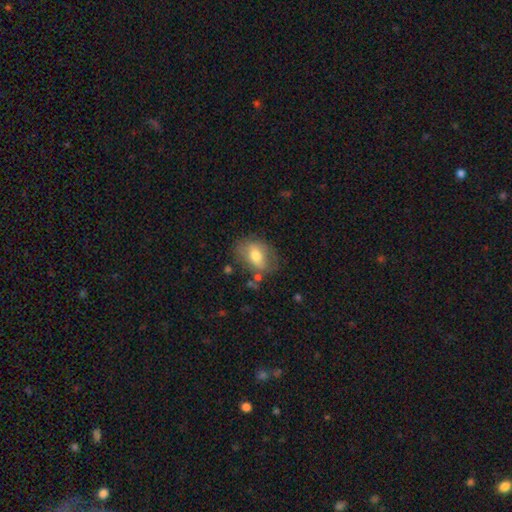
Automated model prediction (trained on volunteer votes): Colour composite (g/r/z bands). It shows a smooth galaxy with no disk features (65%) that is in between round and cigar-shaped (78%). Merging: none (67%).